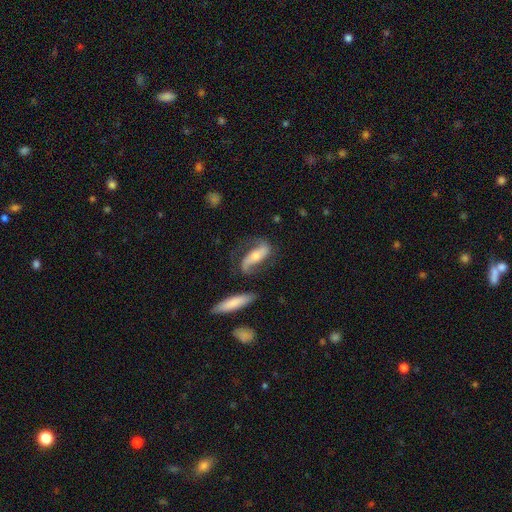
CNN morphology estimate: Q: Smooth or featured?
A: featured or disk (75%); runner-up: smooth (19%)
Q: Edge-on disk?
A: no (88%); runner-up: yes (12%)
Q: Bar?
A: strong (40%); runner-up: no (33%)
Q: Spiral arms?
A: yes (92%); runner-up: no (8%)
Q: Spiral winding?
A: loose (52%); runner-up: medium (35%)
Q: Spiral arm count?
A: 2 (88%); runner-up: 1 (5%)
Q: Bulge size?
A: moderate (55%); runner-up: small (35%)
Q: Merging?
A: none (63%); runner-up: minor disturbance (19%)